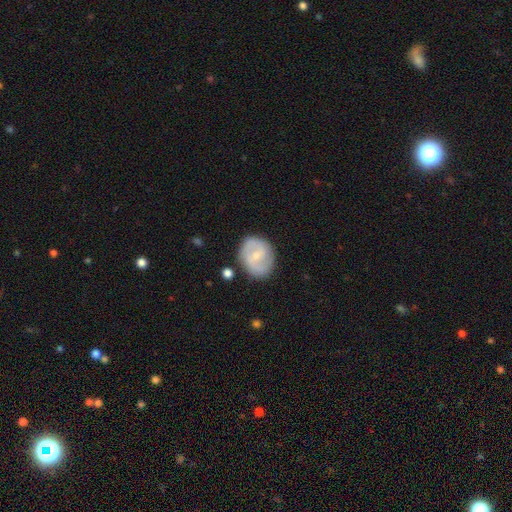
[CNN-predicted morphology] smooth-or-featured: featured or disk: 62% | smooth: 32% | star or artifact: 6%
  disk-edge-on: no: 97% | yes: 3%
    bar: weak: 52% | no: 36% | strong: 11%
    has-spiral-arms: yes: 85% | no: 15%
      spiral-winding: medium: 47% | tight: 28% | loose: 25%
      spiral-arm-count: 2: 81% | can't tell: 12% | 3: 3% | 1: 2% | 4: 1% | more than 4: 1%
    bulge-size: small: 63% | moderate: 28% | none: 6% | large: 1% | dominant: 1%
  merging: none: 78% | minor disturbance: 15% | major disturbance: 4% | merger: 3%